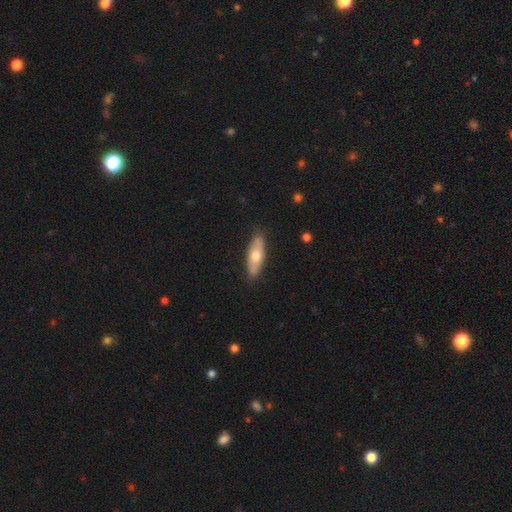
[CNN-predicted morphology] Smooth or featured?
  - smooth: 56% *
  - featured or disk: 39%
  - star or artifact: 5%
How rounded?
  - in between: 60% *
  - cigar-shaped: 38%
  - round: 3%
Merging?
  - none: 87% *
  - minor disturbance: 10%
  - major disturbance: 2%
  - merger: 1%